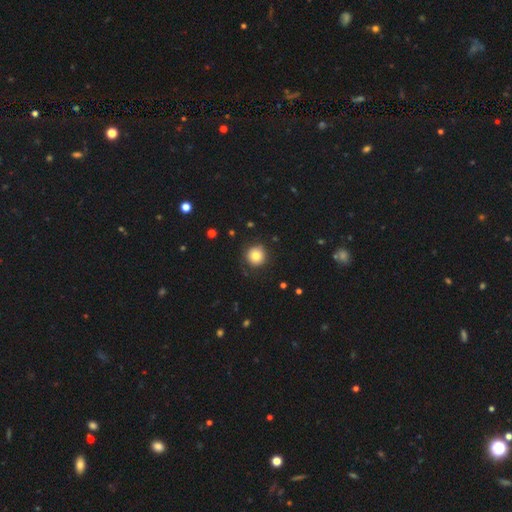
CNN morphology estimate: This appears to be a smooth galaxy with no disk features (79%) that is round (94%). Merging: none (84%).